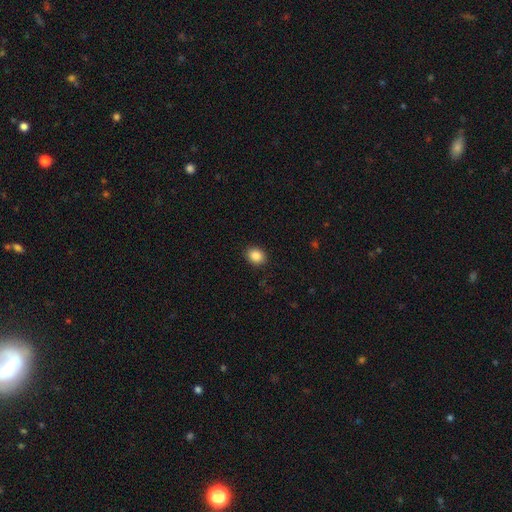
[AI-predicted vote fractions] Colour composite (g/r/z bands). It shows a smooth galaxy with no disk features (87%) that is round (52%). Merging: none (90%).